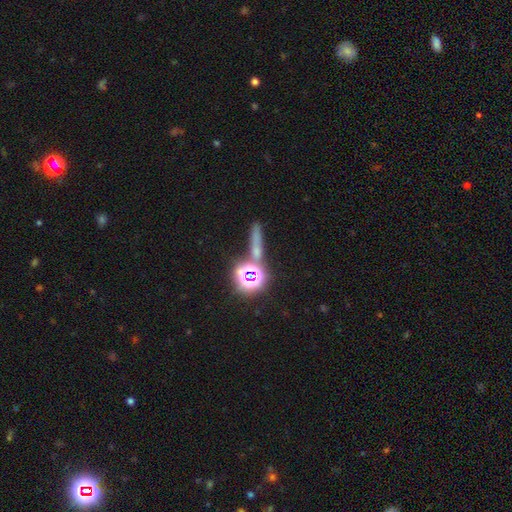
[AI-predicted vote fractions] This is likely a star or artifact rather than a galaxy (64%).